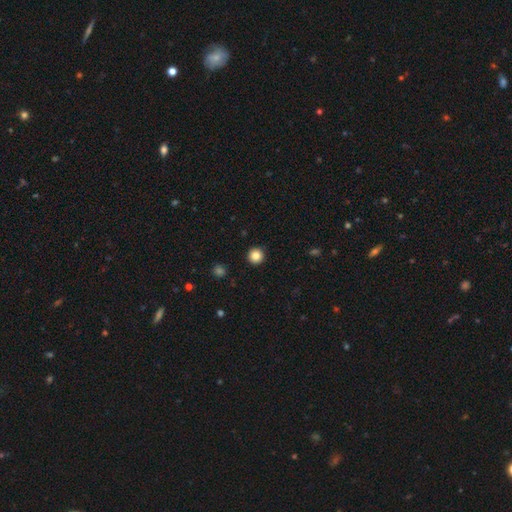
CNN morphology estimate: This appears to be a smooth galaxy with no disk features (85%) that is round (96%). Merging: none (94%).